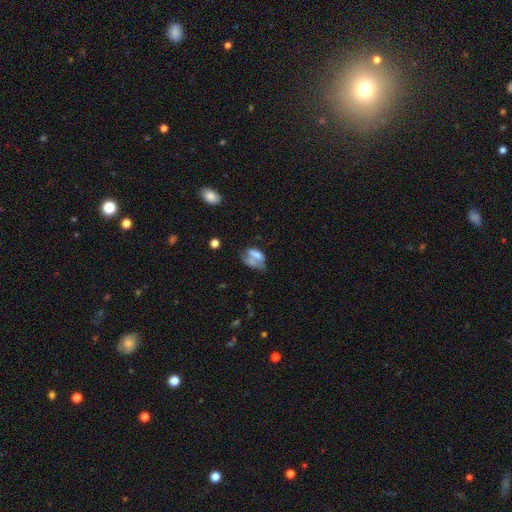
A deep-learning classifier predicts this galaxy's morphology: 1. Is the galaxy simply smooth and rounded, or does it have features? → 51% smooth, 37% featured or disk, 12% star or artifact.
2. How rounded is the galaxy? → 82% in between, 12% round, 6% cigar-shaped.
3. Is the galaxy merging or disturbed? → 36% merger, 26% major disturbance, 21% none, 17% minor disturbance.